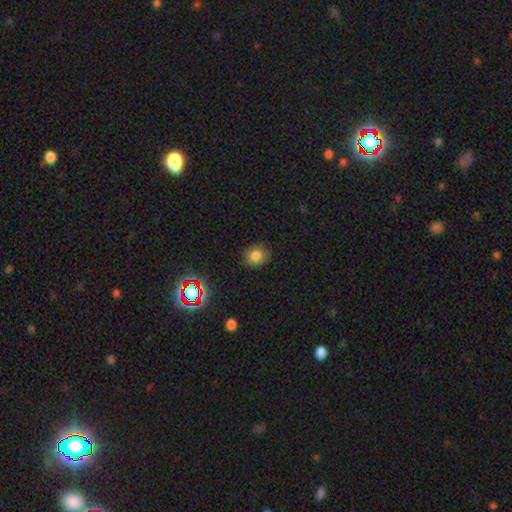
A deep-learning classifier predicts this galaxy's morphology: Smooth or featured: smooth — 77% (star or artifact — 13%)
How rounded: round — 80% (in between — 19%)
Merging: none — 83% (minor disturbance — 12%)